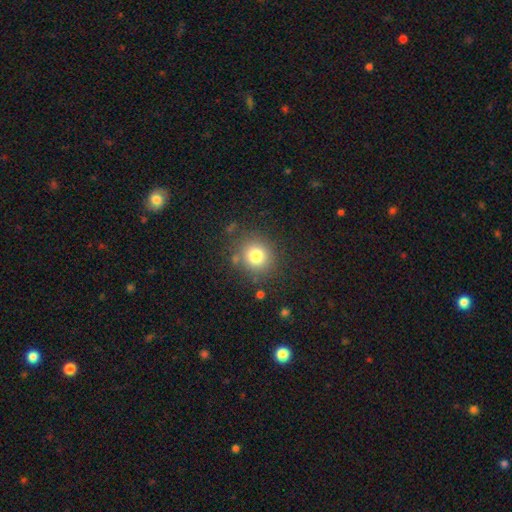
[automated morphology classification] This appears to be a smooth galaxy with no disk features (78%) that is round (87%). Merging: none (82%).